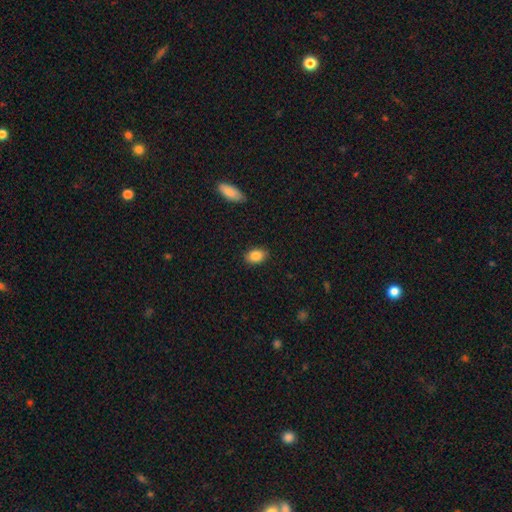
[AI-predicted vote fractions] This appears to be a smooth galaxy with no disk features (86%) that is in between round and cigar-shaped (82%). Merging: none (87%).